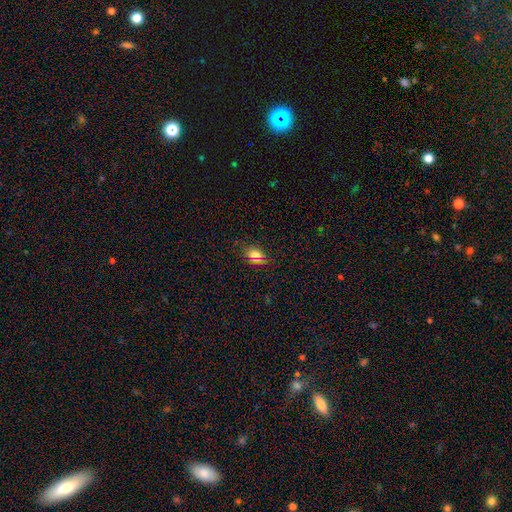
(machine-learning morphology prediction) Overall: smooth (69%). How rounded: in between (71%). Merging: none (85%).